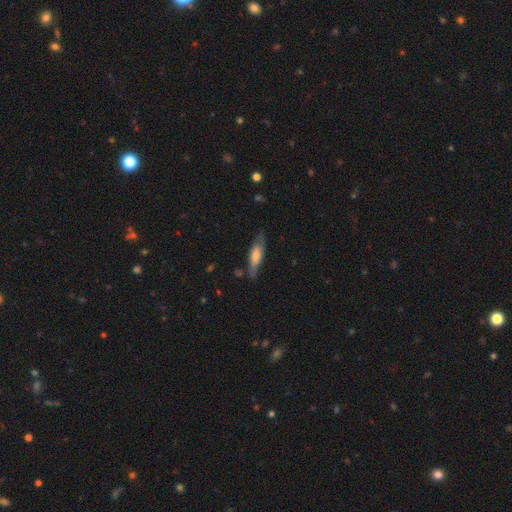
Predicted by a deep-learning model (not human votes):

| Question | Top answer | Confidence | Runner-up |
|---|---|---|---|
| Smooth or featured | smooth | 52% | featured or disk (42%) |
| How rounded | cigar-shaped | 56% | in between (42%) |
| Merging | none | 68% | minor disturbance (23%) |